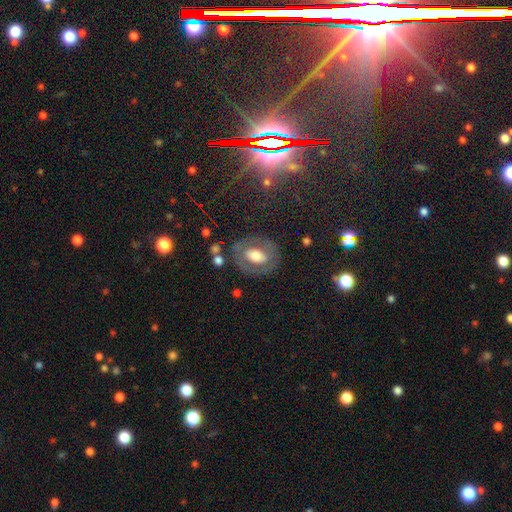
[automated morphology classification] Smooth or featured: featured or disk — 47% (smooth — 45%)
Merging: none — 75% (minor disturbance — 14%)